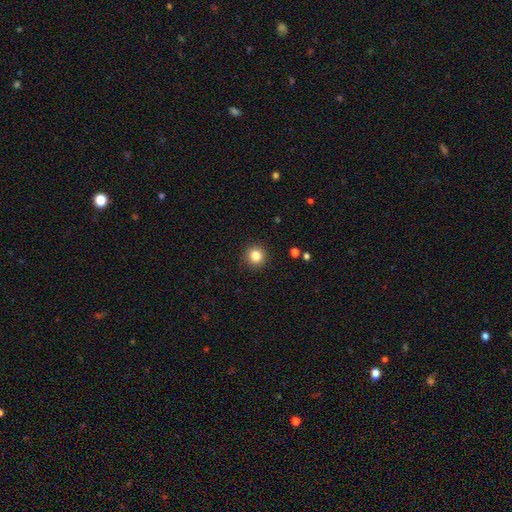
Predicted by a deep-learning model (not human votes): The model was most divided on "smooth or featured": smooth: 83%, star or artifact: 11%, featured or disk: 5%. More confident: how rounded — round (94%); merging — none (91%).